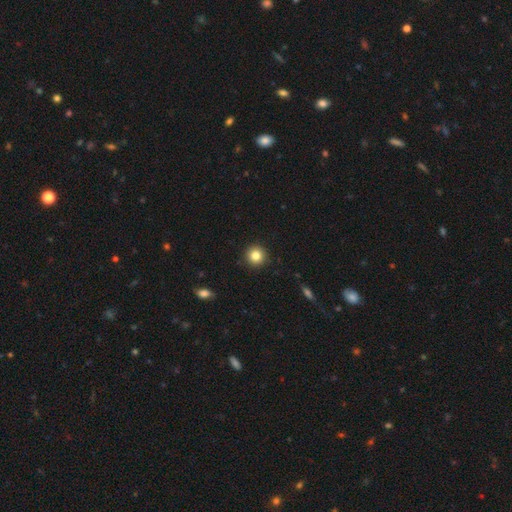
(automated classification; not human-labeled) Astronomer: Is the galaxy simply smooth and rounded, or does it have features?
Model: smooth — 84%.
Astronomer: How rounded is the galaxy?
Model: round — 95%.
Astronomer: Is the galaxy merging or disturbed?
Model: none — 92%.